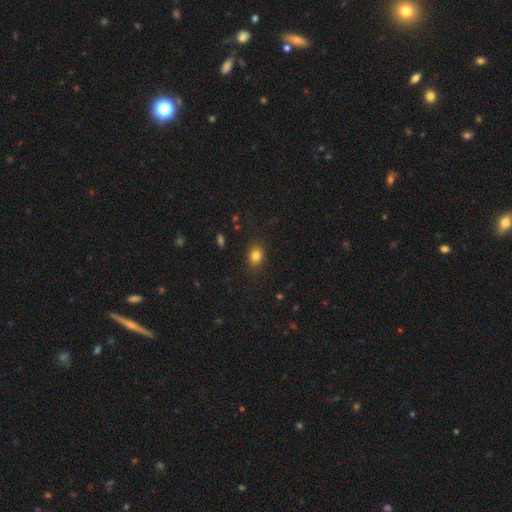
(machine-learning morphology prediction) Q: Smooth or featured?
A: smooth (82%); runner-up: star or artifact (11%)
Q: How rounded?
A: in between (60%); runner-up: round (38%)
Q: Merging?
A: none (86%); runner-up: minor disturbance (10%)